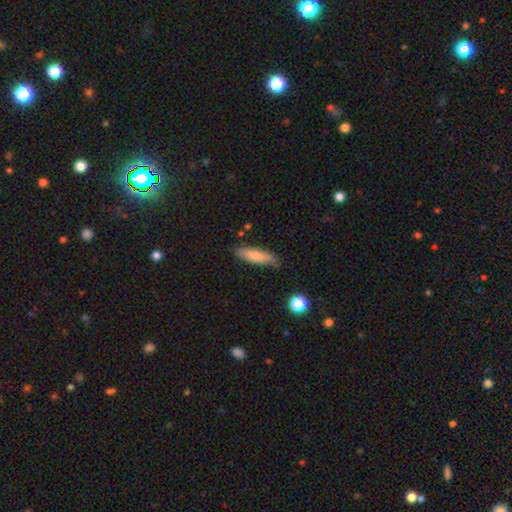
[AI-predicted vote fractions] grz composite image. It shows a smooth galaxy with no disk features (78%) that is cigar-shaped (65%). Merging: none (81%).